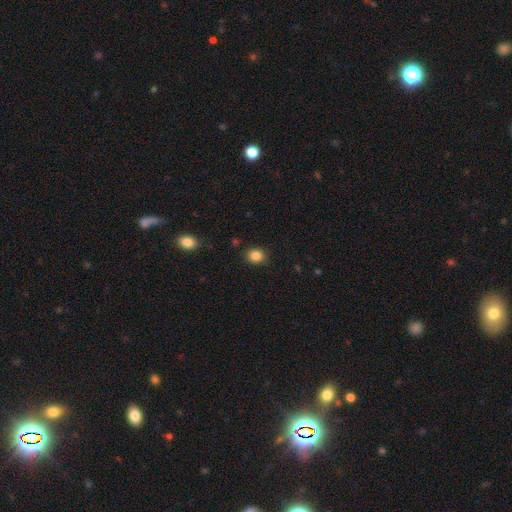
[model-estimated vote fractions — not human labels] Smooth or featured? smooth (85%)
How rounded? round (65%)
Merging? none (86%)